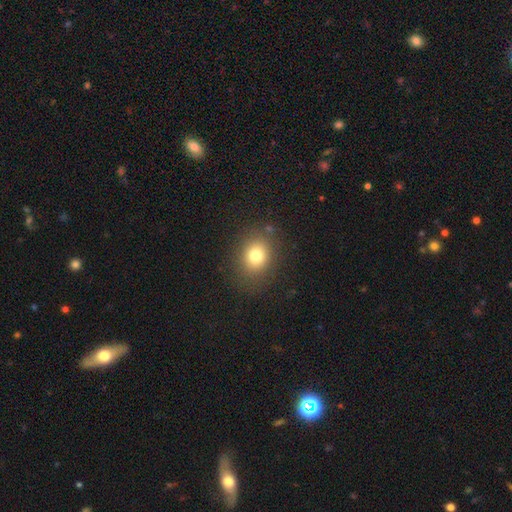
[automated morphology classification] The model was most divided on "how rounded": round: 63%, in between: 36%, cigar-shaped: 1%. More confident: merging — none (83%); smooth or featured — smooth (78%).